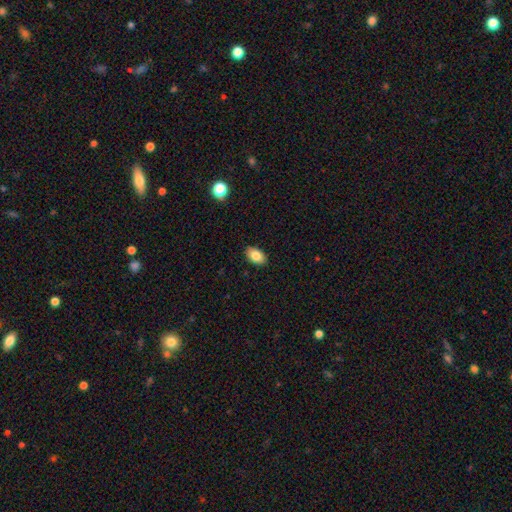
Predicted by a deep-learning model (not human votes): The model was most divided on "smooth or featured": smooth: 84%, featured or disk: 8%, star or artifact: 8%. More confident: how rounded — in between (91%); merging — none (88%).